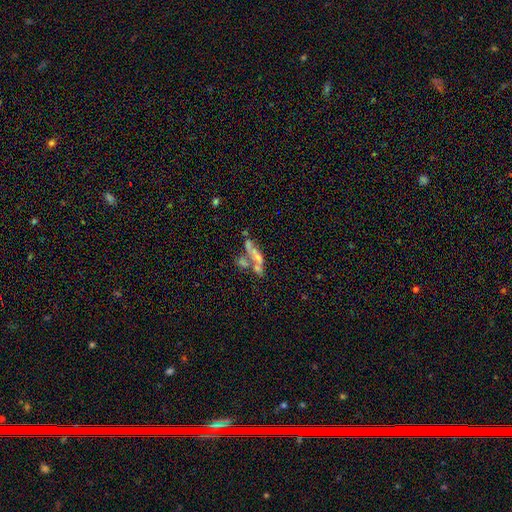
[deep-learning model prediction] smooth-or-featured: featured or disk: 51% | smooth: 35% | star or artifact: 14%
  disk-edge-on: no: 84% | yes: 16%
  merging: merger: 51% | none: 22% | major disturbance: 17% | minor disturbance: 10%